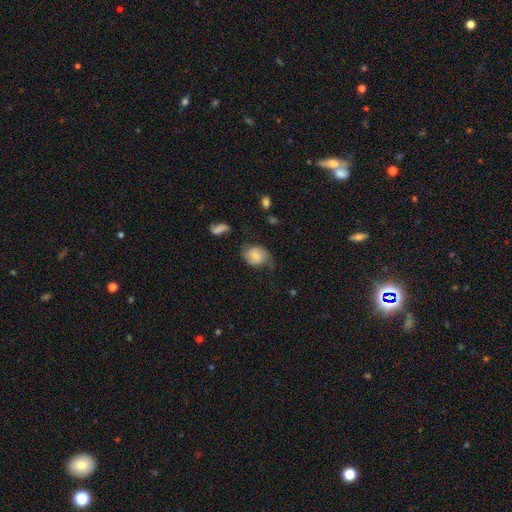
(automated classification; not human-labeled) Smooth or featured?
  - smooth: 62% *
  - featured or disk: 30%
  - star or artifact: 9%
How rounded?
  - round: 50% *
  - in between: 49%
  - cigar-shaped: 1%
Merging?
  - none: 47% *
  - minor disturbance: 31%
  - major disturbance: 19%
  - merger: 3%